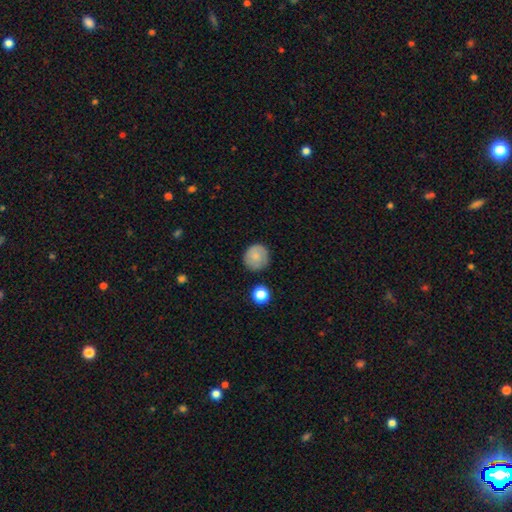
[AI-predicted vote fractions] Overall: smooth (72%). How rounded: round (90%). Merging: none (83%).